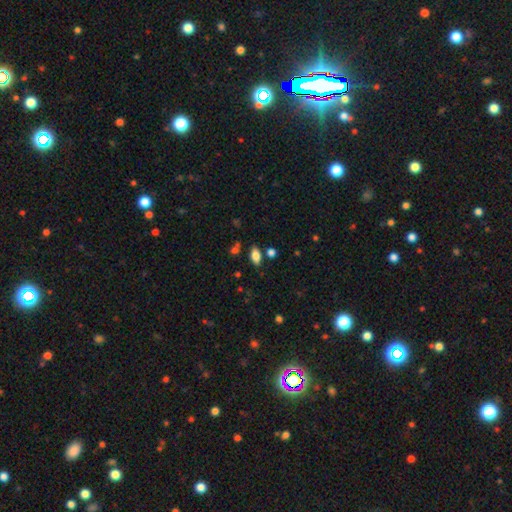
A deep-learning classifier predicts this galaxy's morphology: Smooth or featured: smooth — 82% (star or artifact — 9%)
How rounded: in between — 91% (cigar-shaped — 5%)
Merging: none — 80% (minor disturbance — 11%)